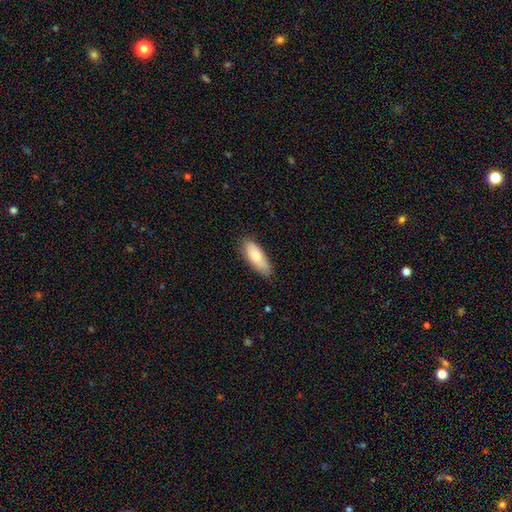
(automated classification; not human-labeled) smooth 77%, featured or disk 17%, star or artifact 6%. Down the decision tree: how rounded — in between (69%); merging — none (80%).